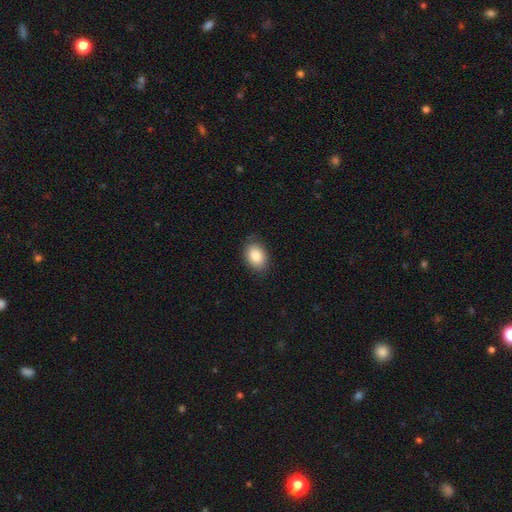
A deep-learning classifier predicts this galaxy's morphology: The model was most divided on "how rounded": in between: 78%, round: 21%, cigar-shaped: 1%. More confident: smooth or featured — smooth (85%); merging — none (85%).